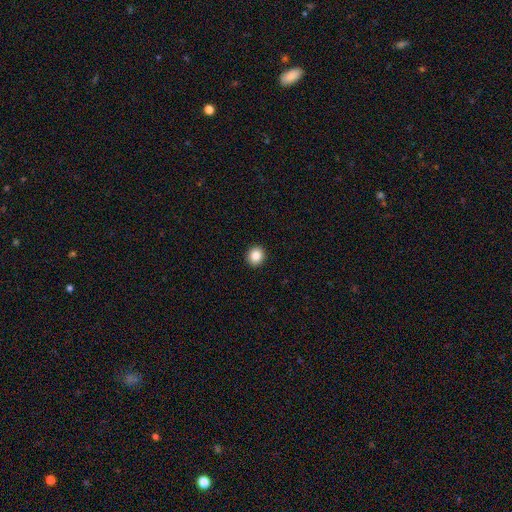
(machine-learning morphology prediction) smooth-or-featured: smooth: 87% | star or artifact: 9% | featured or disk: 4%
  how-rounded: round: 80% | in between: 19% | cigar-shaped: 1%
  merging: none: 93% | minor disturbance: 5% | major disturbance: 2% | merger: 1%